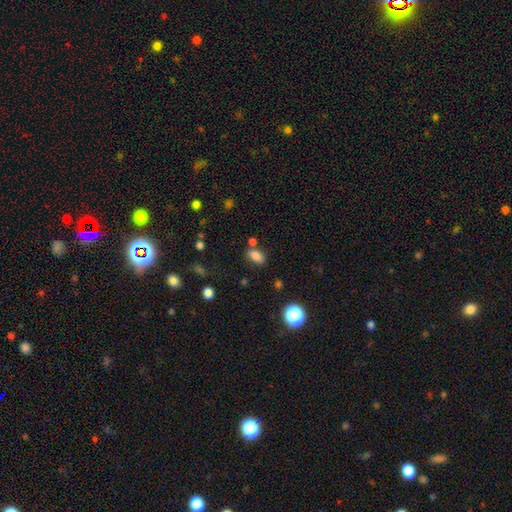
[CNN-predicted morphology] Smooth or featured? Predicted: smooth (p=0.80). How rounded? Predicted: in between (p=0.86). Merging? Predicted: none (p=0.67).